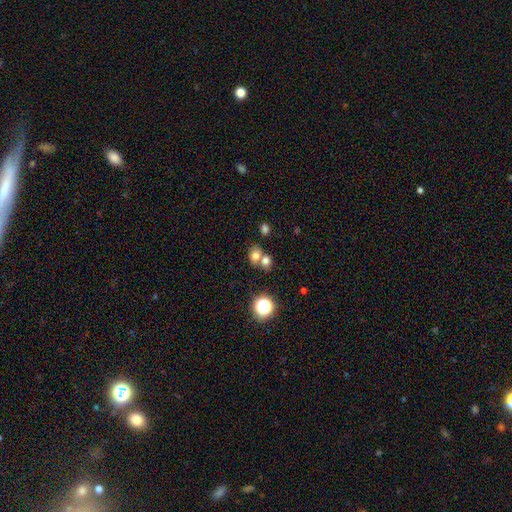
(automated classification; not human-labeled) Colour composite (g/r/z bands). It shows a smooth galaxy with no disk features (73%) that is round (57%). Merging: merger (47%).